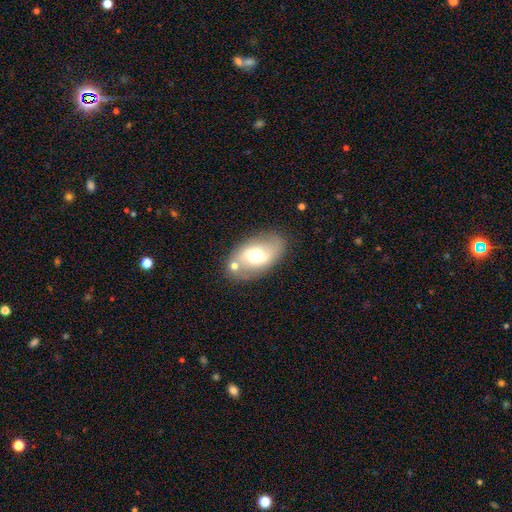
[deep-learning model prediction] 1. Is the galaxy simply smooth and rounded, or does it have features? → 48% smooth, 44% featured or disk, 8% star or artifact.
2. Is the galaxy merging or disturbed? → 70% none, 15% minor disturbance, 10% merger, 5% major disturbance.